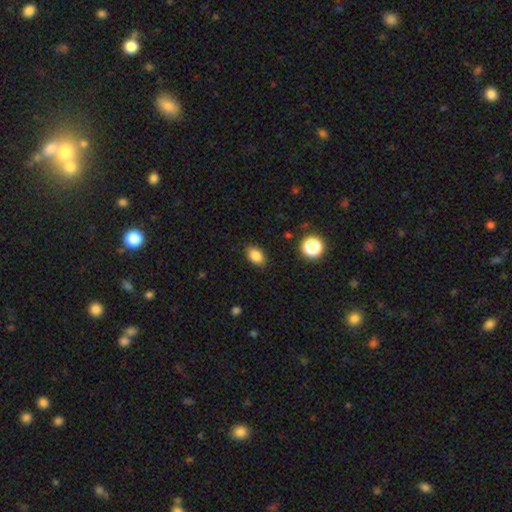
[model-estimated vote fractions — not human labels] smooth-or-featured: smooth: 85% | star or artifact: 10% | featured or disk: 5%
  how-rounded: in between: 83% | round: 16% | cigar-shaped: 1%
  merging: none: 86% | minor disturbance: 10% | major disturbance: 3% | merger: 1%